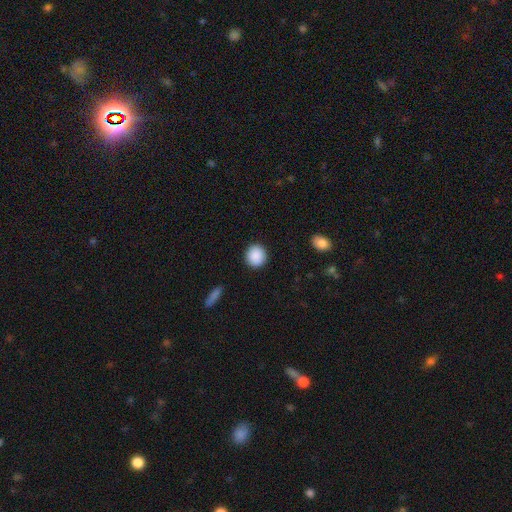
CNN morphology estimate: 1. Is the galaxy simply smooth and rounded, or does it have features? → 90% smooth, 7% star or artifact, 3% featured or disk.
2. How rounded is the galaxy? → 90% round, 9% in between, 1% cigar-shaped.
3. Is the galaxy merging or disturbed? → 91% none, 5% minor disturbance, 2% major disturbance, 1% merger.